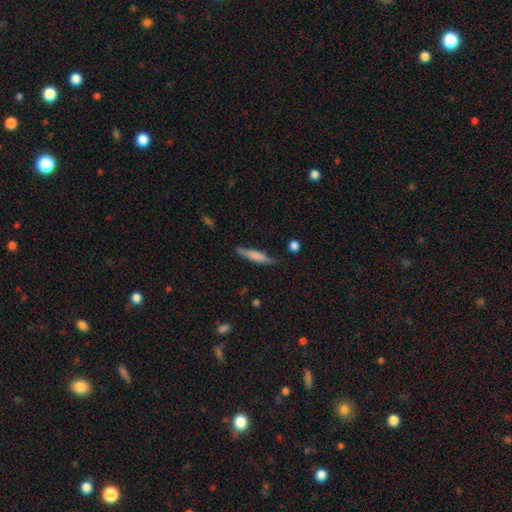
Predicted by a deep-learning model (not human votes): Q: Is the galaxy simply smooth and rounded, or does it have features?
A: smooth — 63%.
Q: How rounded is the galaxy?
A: cigar-shaped — 83%.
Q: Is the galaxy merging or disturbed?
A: none — 76%.